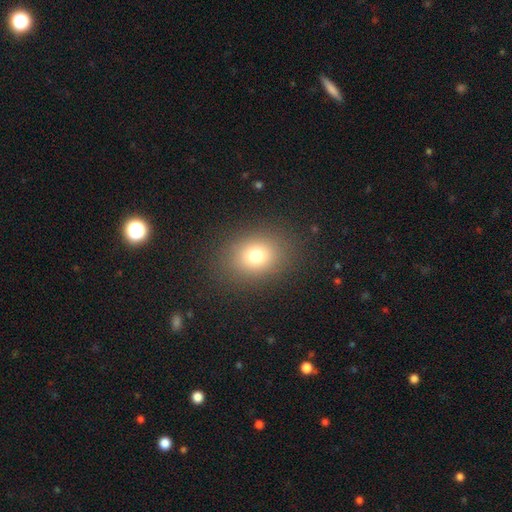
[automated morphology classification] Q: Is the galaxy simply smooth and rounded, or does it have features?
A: smooth — 75%.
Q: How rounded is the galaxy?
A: in between — 50%.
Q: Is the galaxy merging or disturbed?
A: none — 86%.